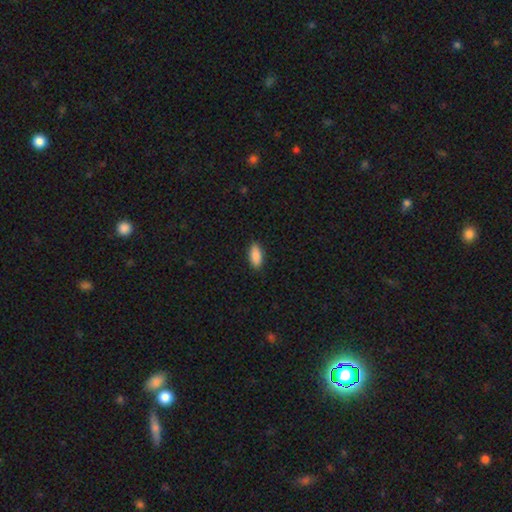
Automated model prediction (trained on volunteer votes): Smooth or featured? Predicted: smooth (p=0.89). How rounded? Predicted: in between (p=0.87). Merging? Predicted: none (p=0.88).